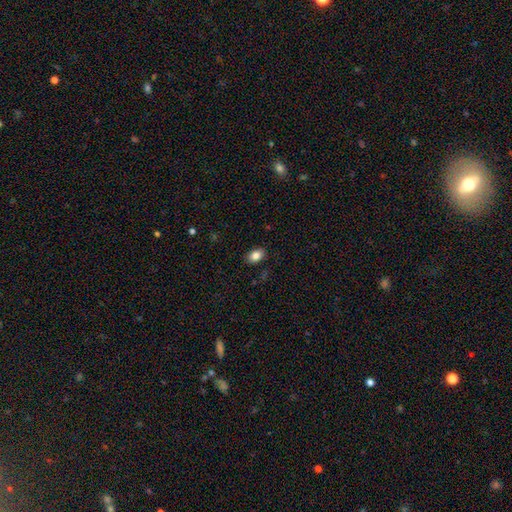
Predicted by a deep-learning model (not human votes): This is clearly a smooth galaxy (85%). How rounded: clearly in between (81%). Merging: clearly none (87%).